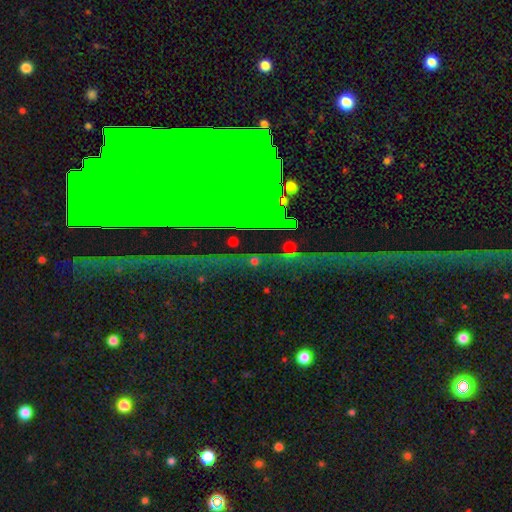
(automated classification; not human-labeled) smooth-or-featured: star or artifact: 69% | featured or disk: 20% | smooth: 11%